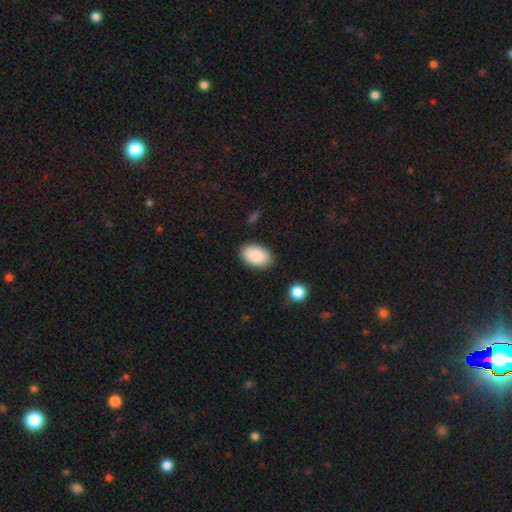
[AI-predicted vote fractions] Overall: smooth (89%). How rounded: in between (93%). Merging: none (86%).